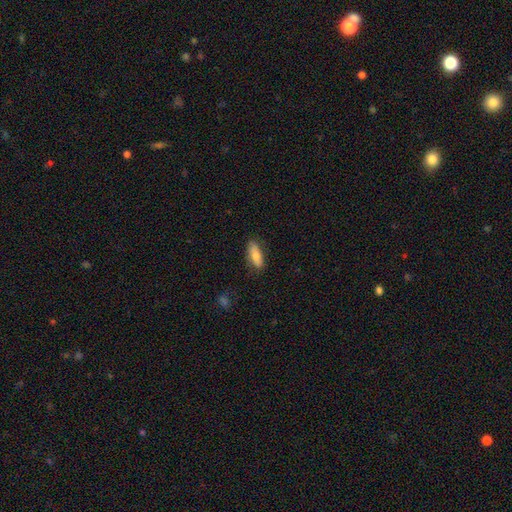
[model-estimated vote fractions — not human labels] smooth 75%, featured or disk 19%, star or artifact 6%. Down the decision tree: how rounded — in between (66%); merging — none (77%).